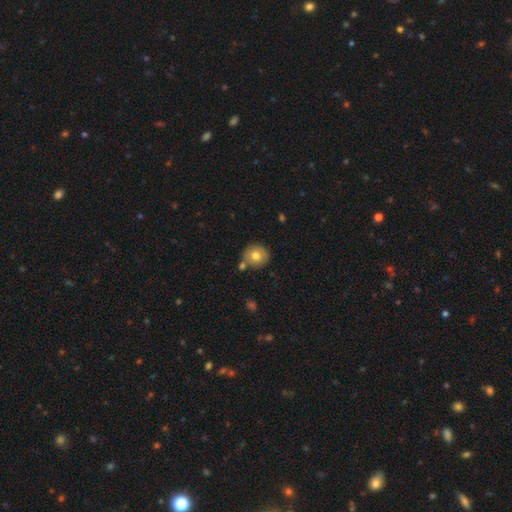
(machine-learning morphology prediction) The model was most divided on "smooth or featured": smooth: 74%, featured or disk: 16%, star or artifact: 10%. More confident: how rounded — round (89%); merging — none (76%).